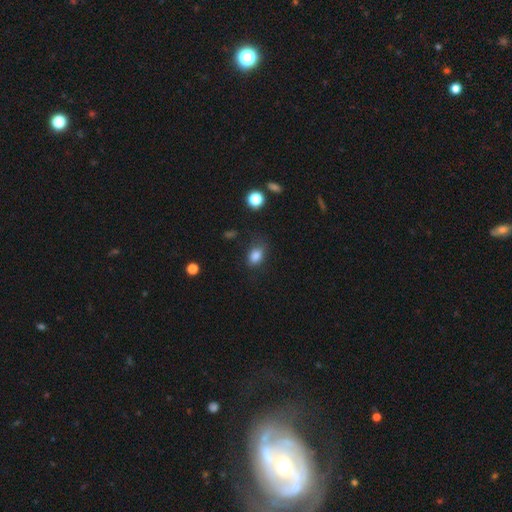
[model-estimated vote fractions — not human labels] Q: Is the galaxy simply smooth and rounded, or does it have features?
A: smooth — 84%.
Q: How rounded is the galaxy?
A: in between — 76%.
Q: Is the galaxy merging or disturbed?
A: none — 68%.